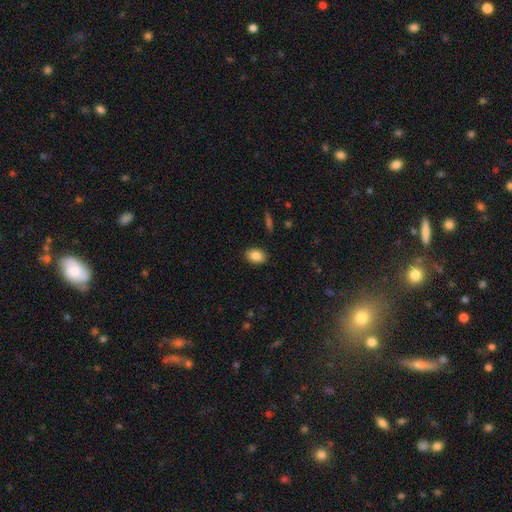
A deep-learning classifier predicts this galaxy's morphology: type=smooth (86%); roundness=in between (80%); merging=none (89%).